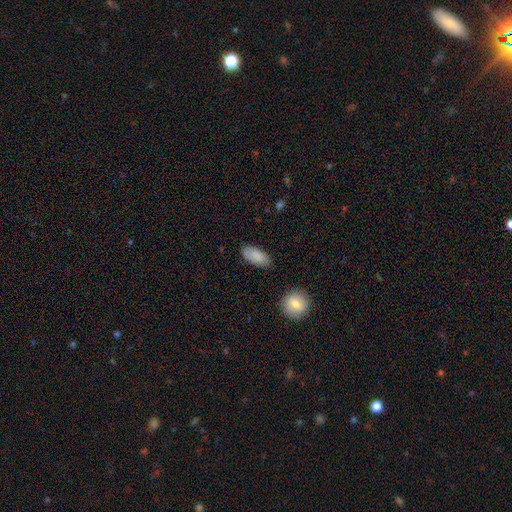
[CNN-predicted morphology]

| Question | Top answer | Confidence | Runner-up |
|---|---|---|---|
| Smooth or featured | smooth | 84% | featured or disk (9%) |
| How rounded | in between | 92% | cigar-shaped (6%) |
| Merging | none | 79% | minor disturbance (15%) |